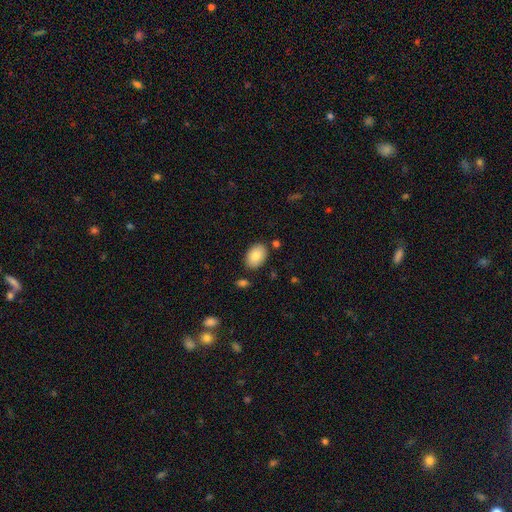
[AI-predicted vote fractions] The model was most divided on "merging": none: 83%, minor disturbance: 11%, merger: 3%, major disturbance: 3%. More confident: how rounded — in between (89%); smooth or featured — smooth (84%).